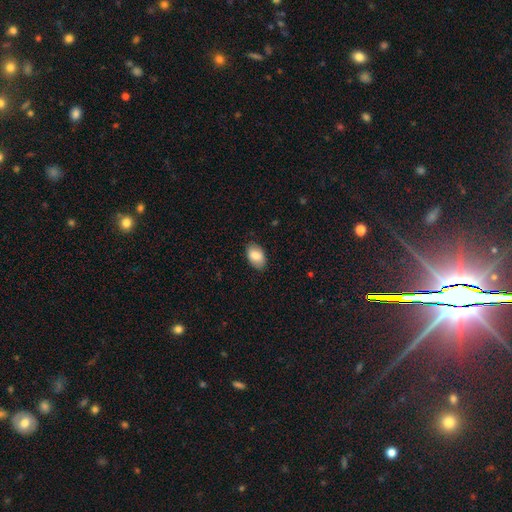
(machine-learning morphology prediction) smooth-or-featured: smooth: 83% | featured or disk: 11% | star or artifact: 7%
  how-rounded: in between: 91% | round: 7% | cigar-shaped: 1%
  merging: none: 84% | minor disturbance: 13% | major disturbance: 2% | merger: 1%